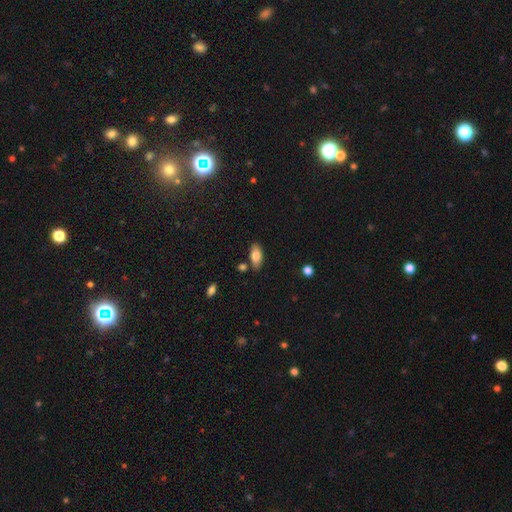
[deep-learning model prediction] Q: Smooth or featured?
A: smooth (79%); runner-up: featured or disk (14%)
Q: How rounded?
A: in between (88%); runner-up: cigar-shaped (9%)
Q: Merging?
A: none (80%); runner-up: minor disturbance (13%)